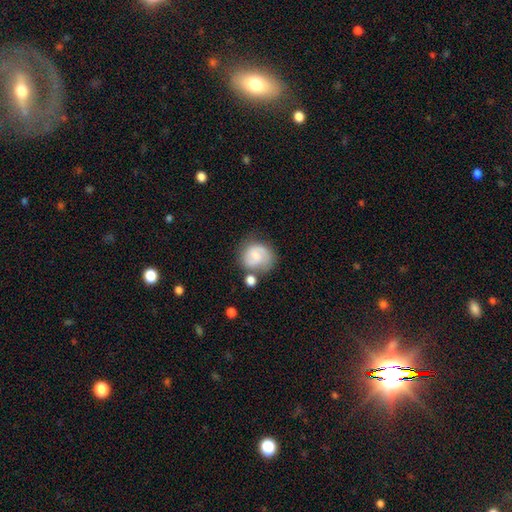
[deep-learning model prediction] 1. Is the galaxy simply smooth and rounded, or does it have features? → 52% smooth, 40% featured or disk, 8% star or artifact.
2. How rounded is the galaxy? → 75% round, 24% in between, 1% cigar-shaped.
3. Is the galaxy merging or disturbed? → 55% none, 22% minor disturbance, 13% merger, 10% major disturbance.